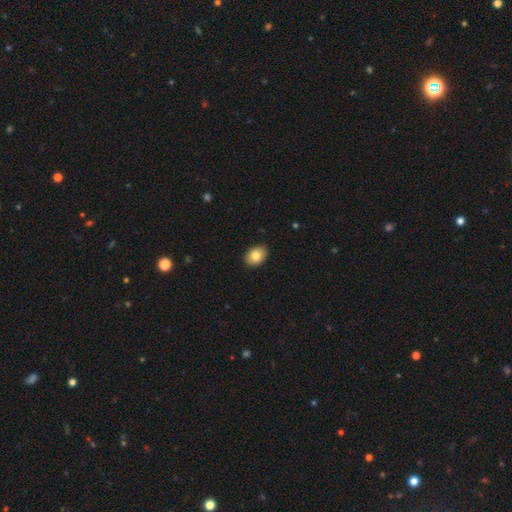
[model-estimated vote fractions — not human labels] This appears to be a smooth galaxy with no disk features (82%) that is in between round and cigar-shaped (75%). Merging: none (90%).